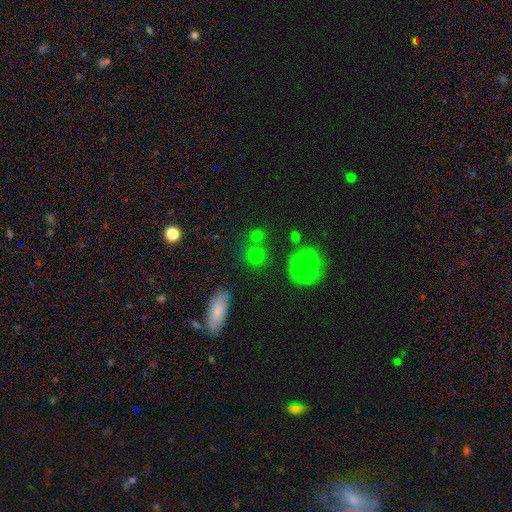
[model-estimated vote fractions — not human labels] A smooth galaxy with no disk features (73%) that is round (85%). Merging: none (65%).